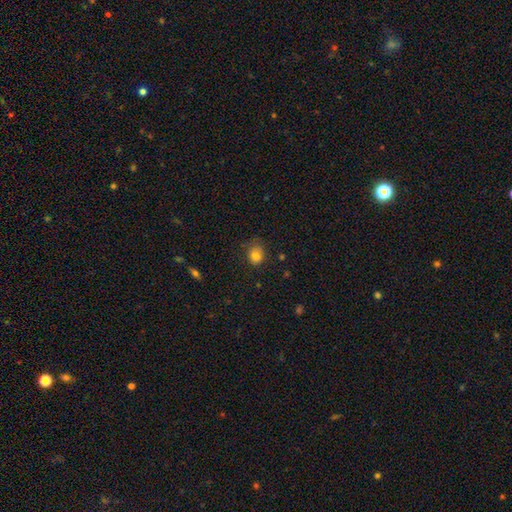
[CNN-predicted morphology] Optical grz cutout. It shows a smooth galaxy with no disk features (80%) that is round (70%). Merging: none (63%).